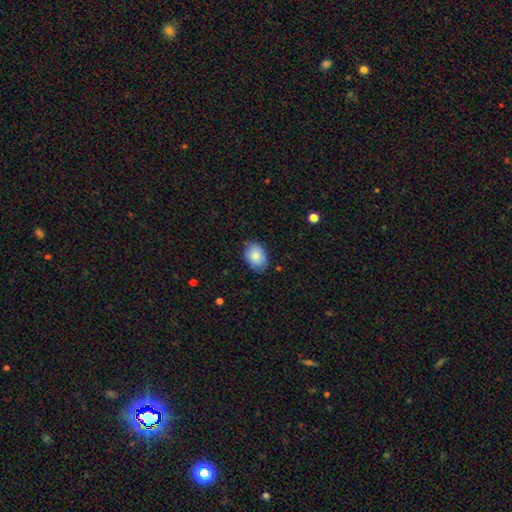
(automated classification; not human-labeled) This appears to be a smooth galaxy with no disk features (85%) that is in between round and cigar-shaped (76%). Merging: none (79%).